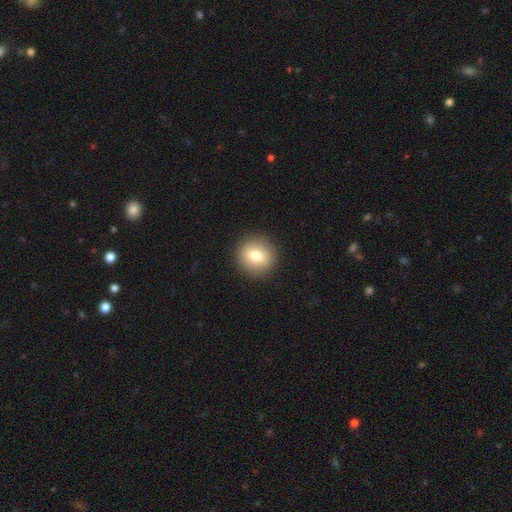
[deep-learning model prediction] This is likely a smooth galaxy (79%). How rounded: clearly round (89%). Merging: clearly none (91%).